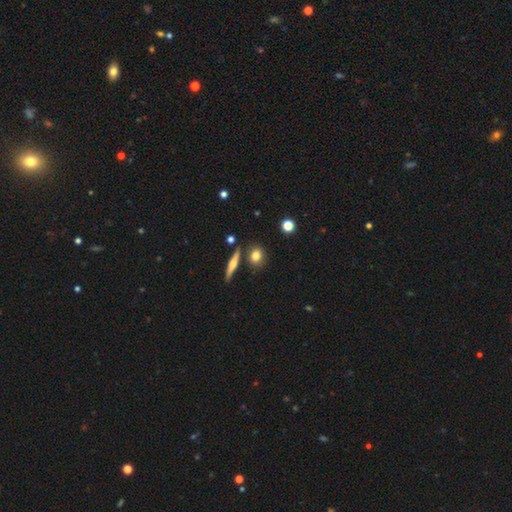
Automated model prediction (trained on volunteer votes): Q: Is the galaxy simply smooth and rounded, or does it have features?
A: smooth — 77%.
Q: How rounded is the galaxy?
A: round — 60%.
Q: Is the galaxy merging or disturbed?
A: none — 78%.